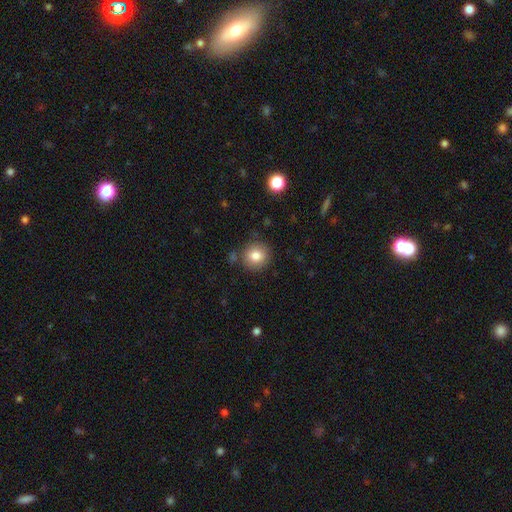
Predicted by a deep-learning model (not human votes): smooth_or_featured: smooth (p=0.82) [alt: star or artifact p=0.10]
how_rounded: round (p=0.87) [alt: in between p=0.12]
merging: none (p=0.85) [alt: minor disturbance p=0.09]